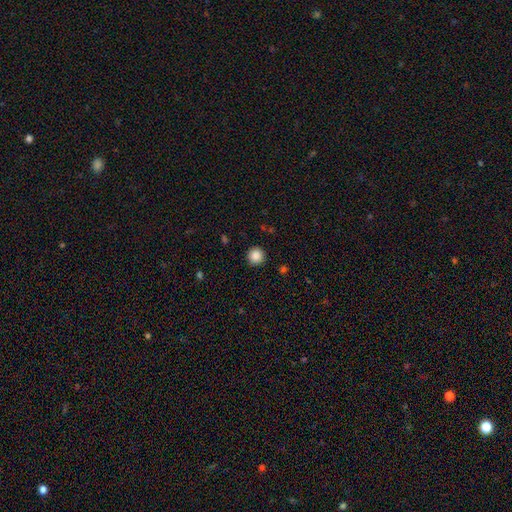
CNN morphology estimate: Overall: smooth (87%). How rounded: round (95%). Merging: none (92%).